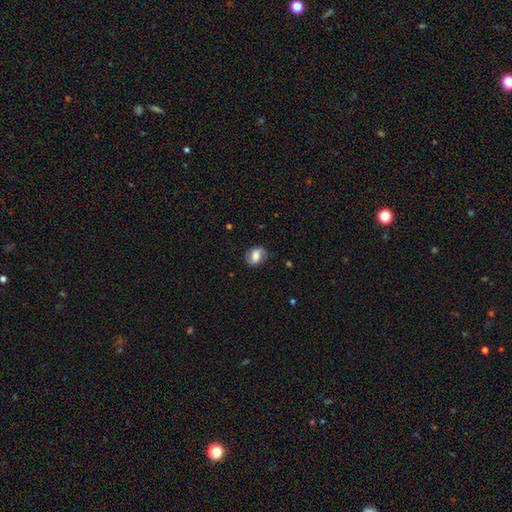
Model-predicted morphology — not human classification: Q: Smooth or featured?
A: smooth (54%); runner-up: featured or disk (37%)
Q: How rounded?
A: in between (65%); runner-up: round (33%)
Q: Merging?
A: none (75%); runner-up: minor disturbance (18%)